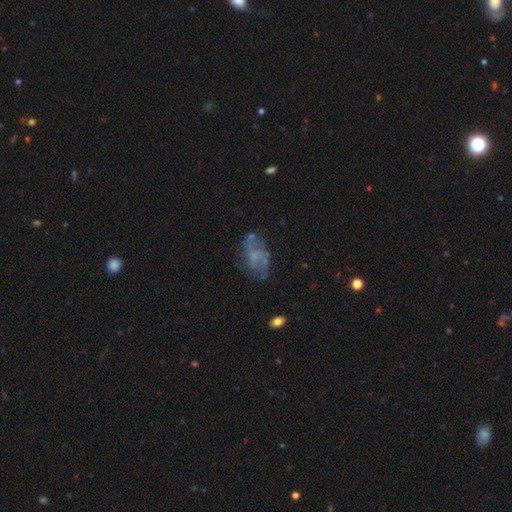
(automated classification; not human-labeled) Smooth or featured? Predicted: featured or disk (p=0.63). Edge-on disk? Predicted: no (p=0.96). Bar? Predicted: no (p=0.68). Spiral arms? Predicted: yes (p=0.61). Bulge size? Predicted: none (p=0.65). Merging? Predicted: none (p=0.52).